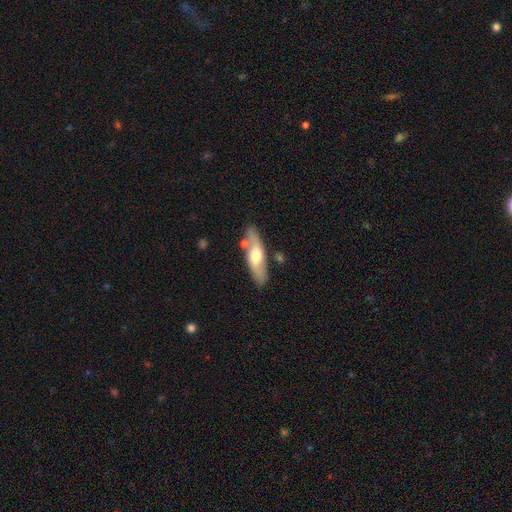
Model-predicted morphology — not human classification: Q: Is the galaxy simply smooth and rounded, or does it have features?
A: smooth — 51%.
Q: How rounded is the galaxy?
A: in between — 53%.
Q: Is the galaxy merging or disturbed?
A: none — 77%.